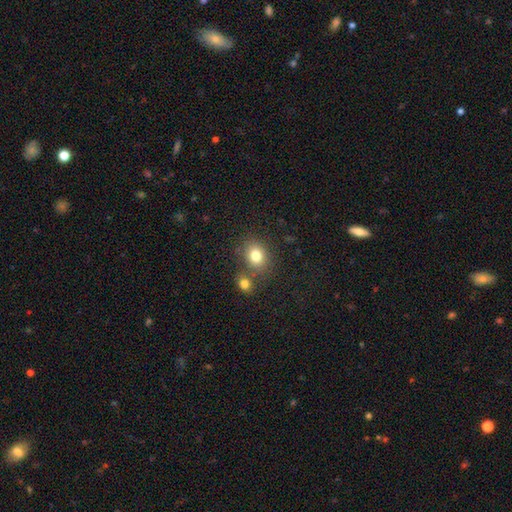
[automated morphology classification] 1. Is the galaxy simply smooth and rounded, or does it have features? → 80% smooth, 11% star or artifact, 9% featured or disk.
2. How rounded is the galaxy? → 56% round, 43% in between, 1% cigar-shaped.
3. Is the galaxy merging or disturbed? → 67% none, 18% merger, 11% minor disturbance, 4% major disturbance.